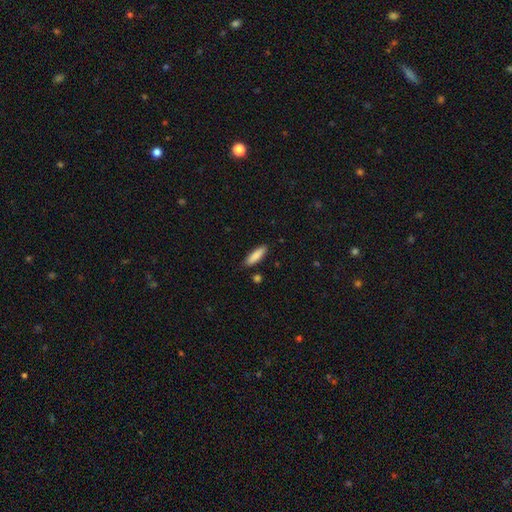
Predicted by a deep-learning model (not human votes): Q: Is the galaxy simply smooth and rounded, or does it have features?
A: smooth — 86%.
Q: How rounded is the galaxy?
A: cigar-shaped — 61%.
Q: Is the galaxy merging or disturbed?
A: none — 86%.